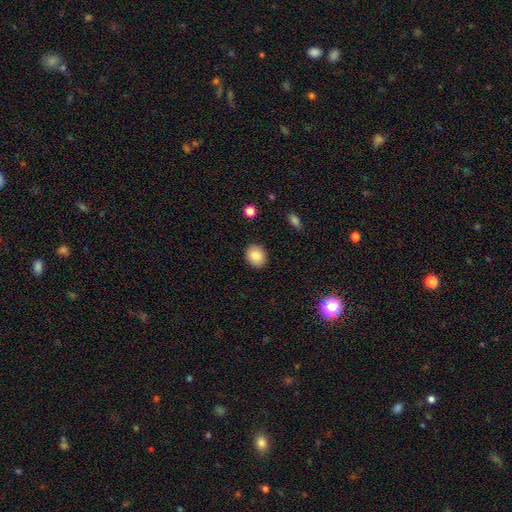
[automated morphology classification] A smooth galaxy with no disk features (86%) that is round (57%).

Vote fractions:
- Smooth or featured? smooth: 86% / star or artifact: 8% / featured or disk: 6%
- How rounded? round: 57% / in between: 42% / cigar-shaped: 1%
- Merging? none: 90% / minor disturbance: 7% / major disturbance: 2% / merger: 1%